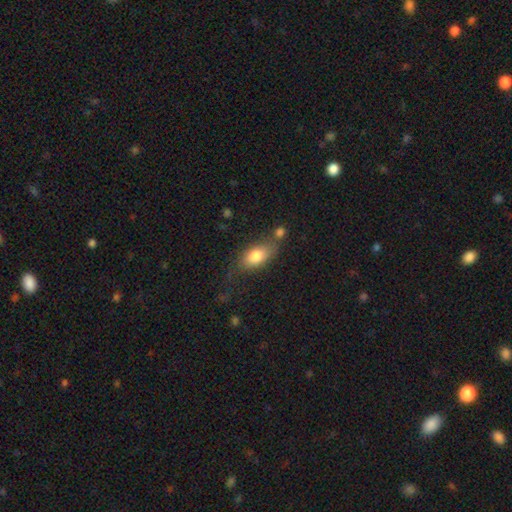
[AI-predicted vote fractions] Overall: smooth (77%). How rounded: in between (85%). Merging: none (53%; minor disturbance 23%).